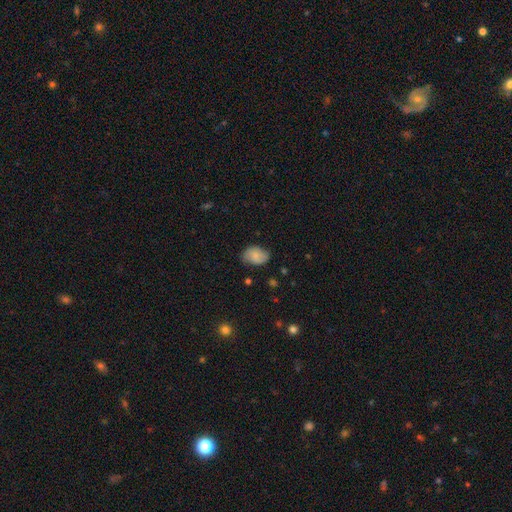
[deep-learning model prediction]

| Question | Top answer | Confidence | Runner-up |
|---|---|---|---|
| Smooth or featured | smooth | 68% | featured or disk (23%) |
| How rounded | in between | 79% | round (20%) |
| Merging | none | 69% | minor disturbance (24%) |